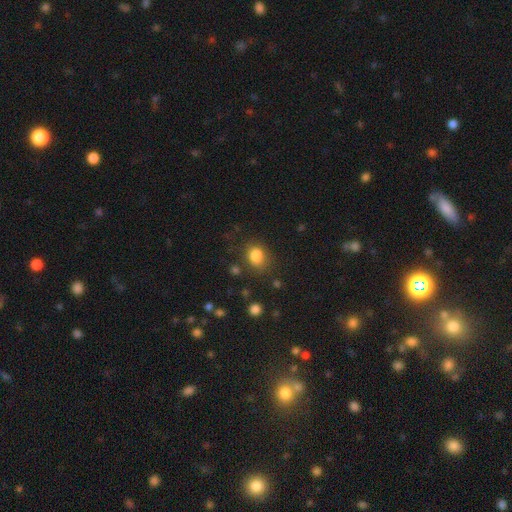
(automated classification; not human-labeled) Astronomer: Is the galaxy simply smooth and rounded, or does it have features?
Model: smooth — 83%.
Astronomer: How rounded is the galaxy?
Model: in between — 56% (runner-up: round, 43%).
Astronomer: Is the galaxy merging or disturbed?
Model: none — 68%.